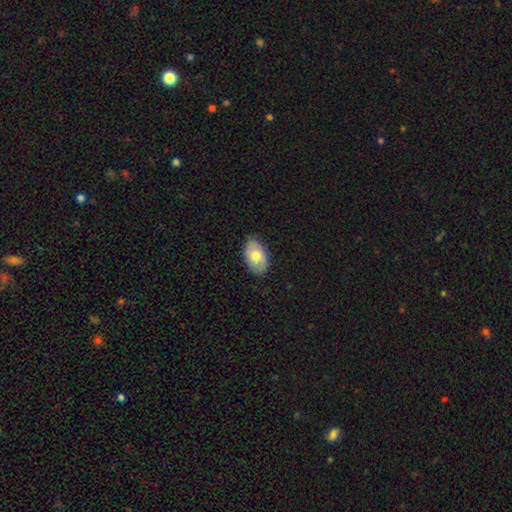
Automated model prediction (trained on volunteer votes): Overall: smooth (73%). How rounded: in between (93%). Merging: none (85%).